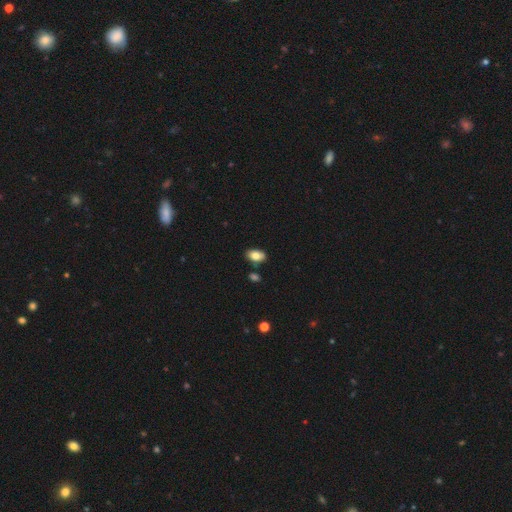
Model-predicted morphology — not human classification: Smooth or featured: smooth — 83% (featured or disk — 9%)
How rounded: in between — 91% (round — 8%)
Merging: none — 80% (minor disturbance — 12%)